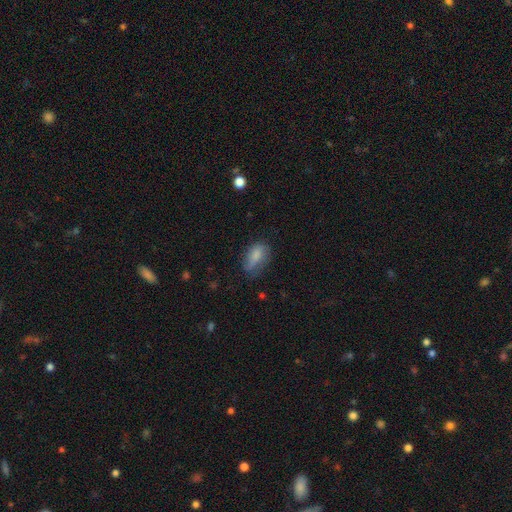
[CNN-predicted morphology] Smooth or featured?
  - smooth: 76% *
  - featured or disk: 16%
  - star or artifact: 8%
How rounded?
  - in between: 88% *
  - round: 7%
  - cigar-shaped: 5%
Merging?
  - none: 52% *
  - minor disturbance: 33%
  - major disturbance: 13%
  - merger: 2%